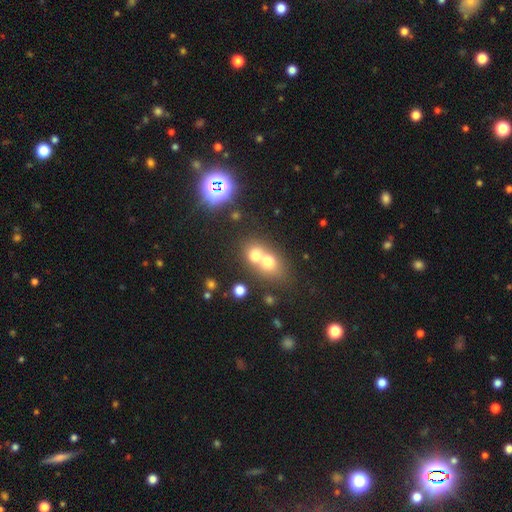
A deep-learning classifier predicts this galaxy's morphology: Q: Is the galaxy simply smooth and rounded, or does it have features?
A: smooth — 66%.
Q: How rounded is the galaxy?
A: round — 64%.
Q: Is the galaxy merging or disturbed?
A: merger — 68%.